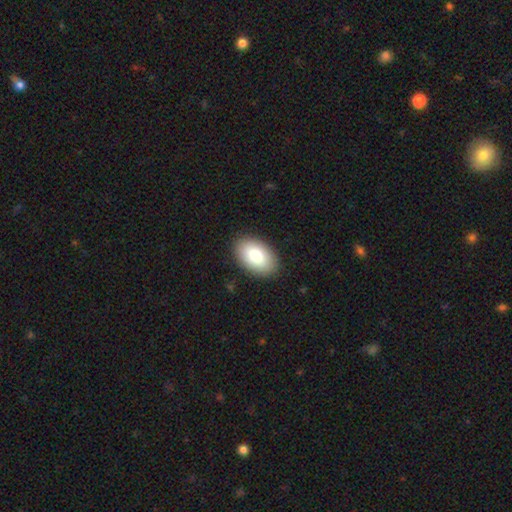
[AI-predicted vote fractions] The model was most divided on "smooth or featured": smooth: 82%, featured or disk: 11%, star or artifact: 7%. More confident: how rounded — in between (93%); merging — none (89%).